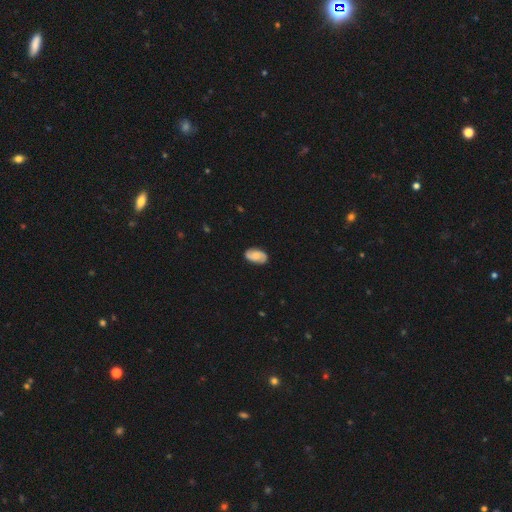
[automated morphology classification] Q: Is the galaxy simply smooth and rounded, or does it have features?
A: smooth — 50%.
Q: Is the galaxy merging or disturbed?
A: none — 83%.